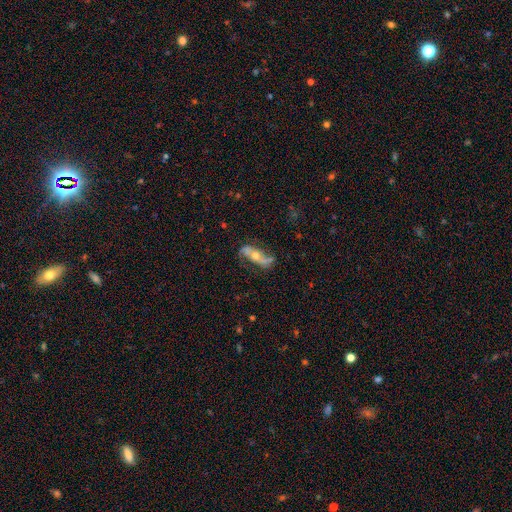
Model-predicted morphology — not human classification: A featured or disk galaxy (72%) with no bar (61%), 2 (89%) loose (68%) spiral arms (85%) and a moderate central bulge (65%).

Vote fractions:
- Smooth or featured? featured or disk: 72% / smooth: 21% / star or artifact: 7%
- Edge-on disk? no: 83% / yes: 17%
- Bar? no: 61% / weak: 22% / strong: 17%
- Spiral arms? yes: 85% / no: 15%
- Spiral winding? loose: 68% / medium: 23% / tight: 10%
- Spiral arm count? 2: 89% / can't tell: 5% / 1: 3% / 3: 1% / 4: 1% / more than 4: 1%
- Bulge size? moderate: 65% / small: 27% / large: 5% / none: 2% / dominant: 1%
- Merging? none: 67% / minor disturbance: 21% / major disturbance: 9% / merger: 3%